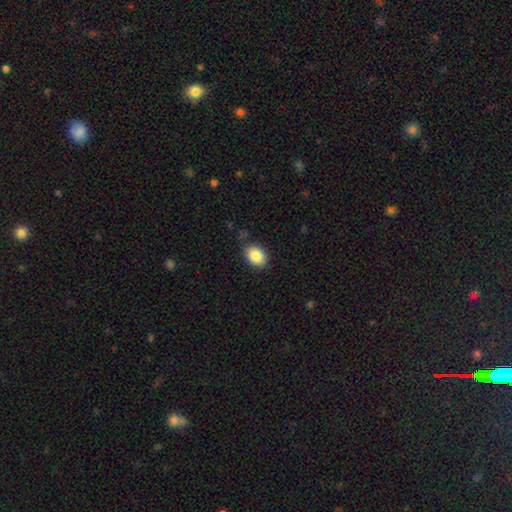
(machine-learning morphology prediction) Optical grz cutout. It shows a smooth galaxy with no disk features (87%) that is in between round and cigar-shaped (73%). Merging: none (83%).